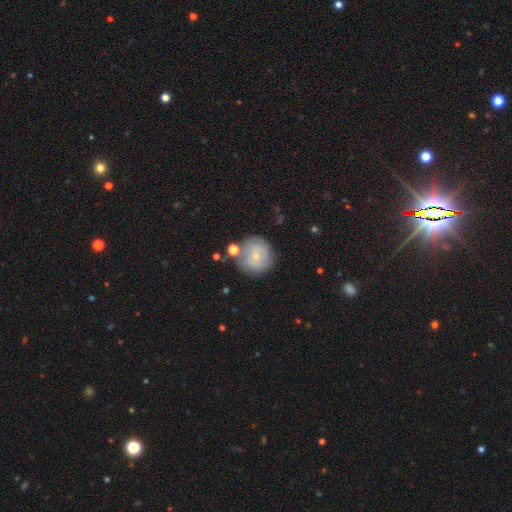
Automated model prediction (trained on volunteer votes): A smooth galaxy with no disk features (51%) that is round (91%). Merging: none (63%).